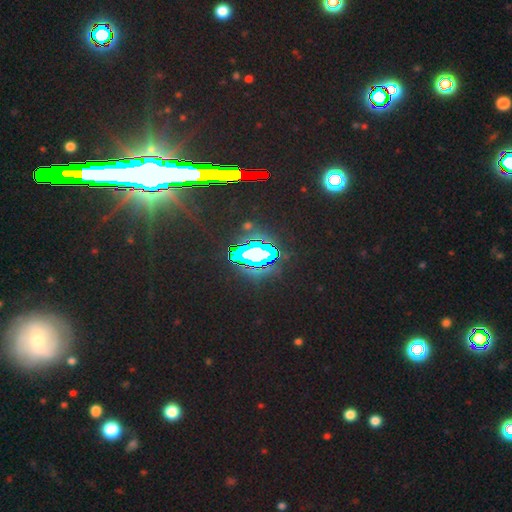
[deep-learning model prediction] This appears to be a star or artifact, not a galaxy (79%).